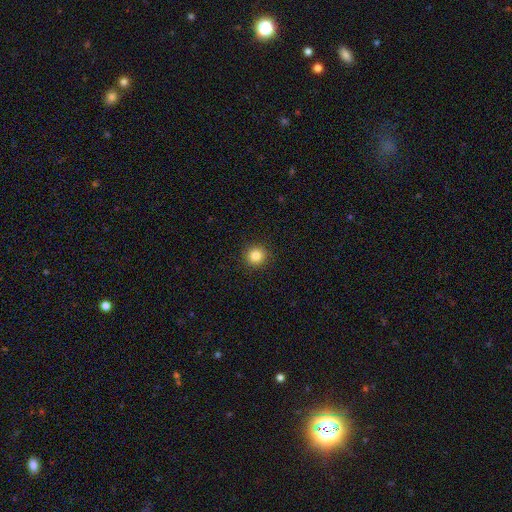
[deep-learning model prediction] smooth 83%, star or artifact 12%, featured or disk 5%. Down the decision tree: how rounded — round (94%); merging — none (92%).